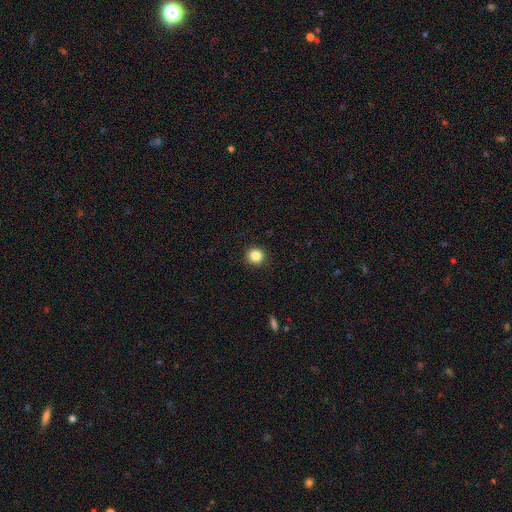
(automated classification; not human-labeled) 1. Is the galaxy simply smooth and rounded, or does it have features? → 85% smooth, 11% star or artifact, 4% featured or disk.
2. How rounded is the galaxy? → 93% round, 6% in between, 1% cigar-shaped.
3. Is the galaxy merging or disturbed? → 92% none, 5% minor disturbance, 2% major disturbance, 1% merger.